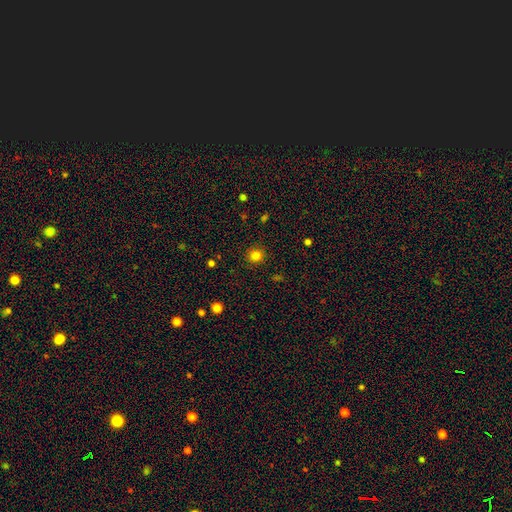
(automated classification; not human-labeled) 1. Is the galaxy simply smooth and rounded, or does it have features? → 82% smooth, 13% star or artifact, 5% featured or disk.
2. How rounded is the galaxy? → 90% round, 9% in between, 1% cigar-shaped.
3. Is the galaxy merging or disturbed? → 90% none, 6% minor disturbance, 2% major disturbance, 1% merger.